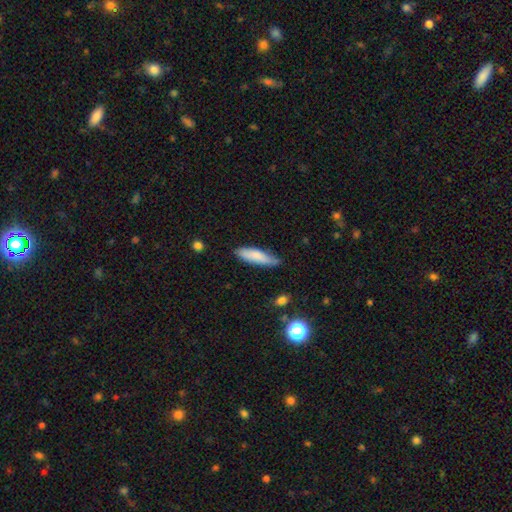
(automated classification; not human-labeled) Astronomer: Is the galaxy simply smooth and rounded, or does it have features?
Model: smooth — 80%.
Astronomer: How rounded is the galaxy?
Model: cigar-shaped — 63%.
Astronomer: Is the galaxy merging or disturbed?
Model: none — 69%.